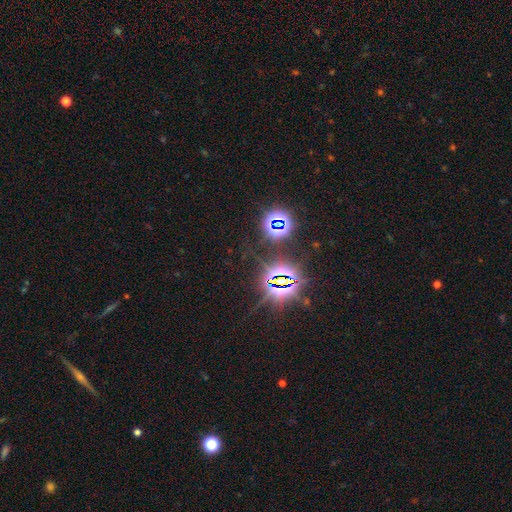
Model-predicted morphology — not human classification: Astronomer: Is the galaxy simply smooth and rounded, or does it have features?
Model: star or artifact — 80%.